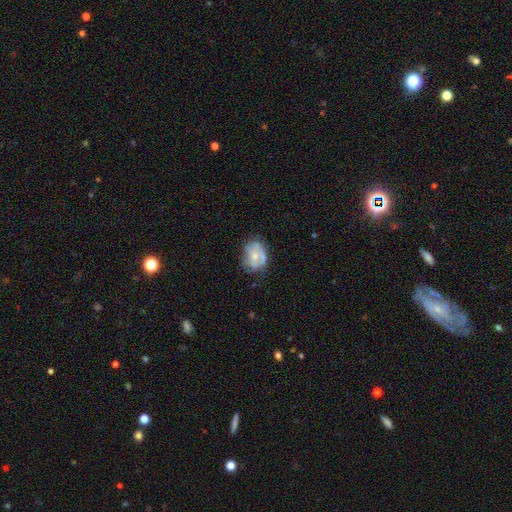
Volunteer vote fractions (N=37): Q: Smooth or featured?
A: smooth (49%); runner-up: featured or disk (46%)
Q: How rounded?
A: round (61%); runner-up: in between (39%)
Q: Merging?
A: none (46%); runner-up: minor disturbance (29%)